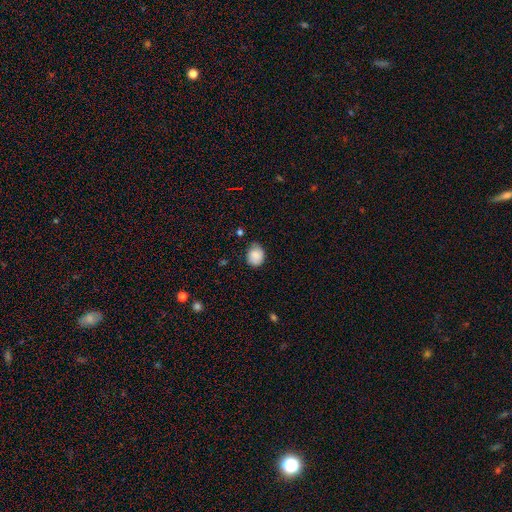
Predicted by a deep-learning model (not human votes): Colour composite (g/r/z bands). It shows a smooth galaxy with no disk features (82%) that is round (60%). Merging: none (66%).